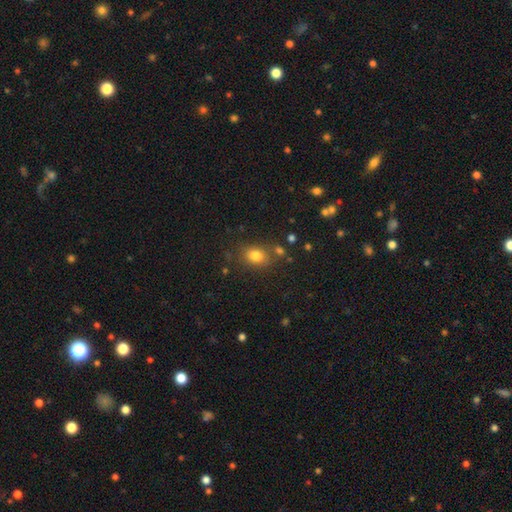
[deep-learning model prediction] This appears to be a smooth galaxy with no disk features (80%) that is in between round and cigar-shaped (62%). Merging: none (75%).